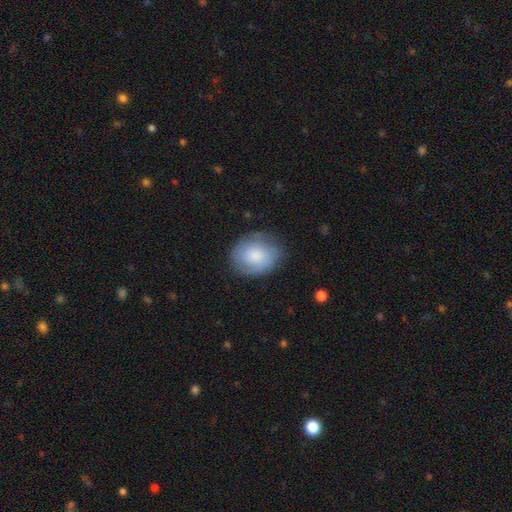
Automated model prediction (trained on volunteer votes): Smooth or featured?
  - smooth: 74% *
  - featured or disk: 19%
  - star or artifact: 7%
How rounded?
  - in between: 53% *
  - round: 46%
  - cigar-shaped: 1%
Merging?
  - none: 76% *
  - minor disturbance: 18%
  - major disturbance: 5%
  - merger: 1%